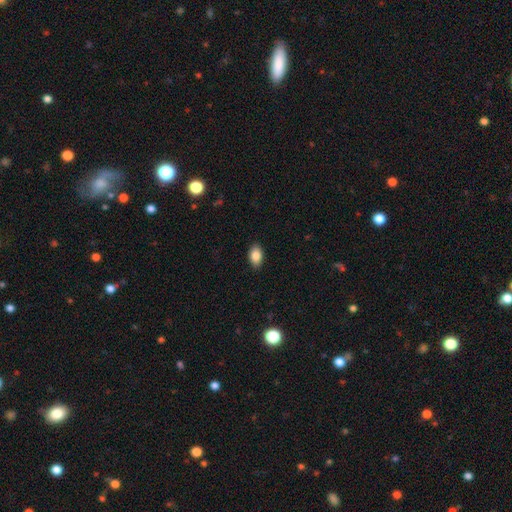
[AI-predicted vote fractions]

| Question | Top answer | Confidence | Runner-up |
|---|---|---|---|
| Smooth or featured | smooth | 87% | star or artifact (8%) |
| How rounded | in between | 90% | round (8%) |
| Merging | none | 89% | minor disturbance (8%) |